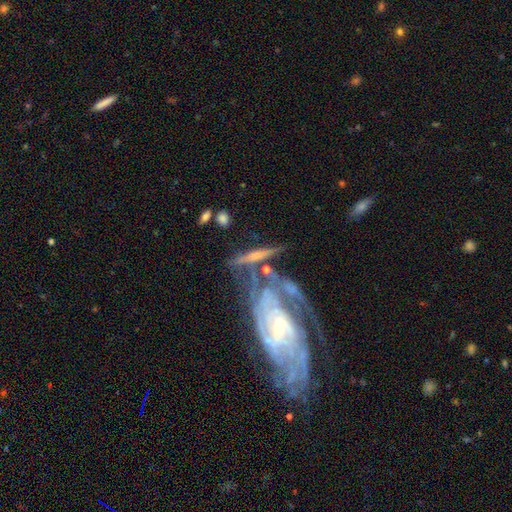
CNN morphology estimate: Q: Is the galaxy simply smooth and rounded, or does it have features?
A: featured or disk — 63%.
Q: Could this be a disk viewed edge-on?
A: yes — 53%.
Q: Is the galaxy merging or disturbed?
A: none — 36%.